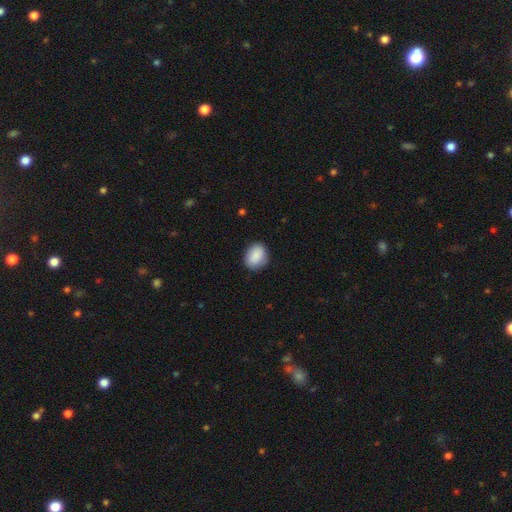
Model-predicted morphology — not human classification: smooth_or_featured: smooth (p=0.89) [alt: star or artifact p=0.07]
how_rounded: in between (p=0.64) [alt: round p=0.35]
merging: none (p=0.82) [alt: minor disturbance p=0.14]